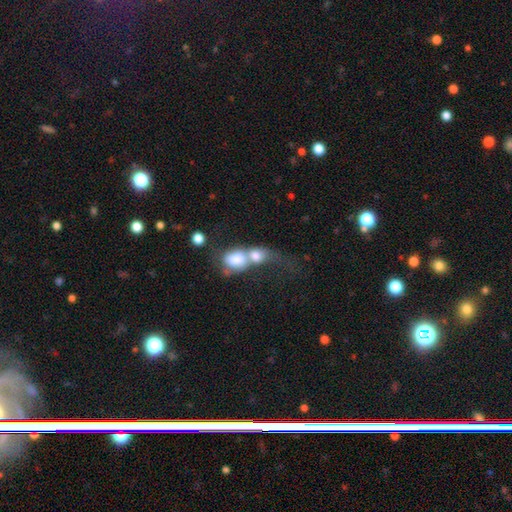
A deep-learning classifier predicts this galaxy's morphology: The model was most divided on "how rounded": in between: 54%, round: 44%, cigar-shaped: 3%. More confident: merging — merger (78%); smooth or featured — smooth (72%).